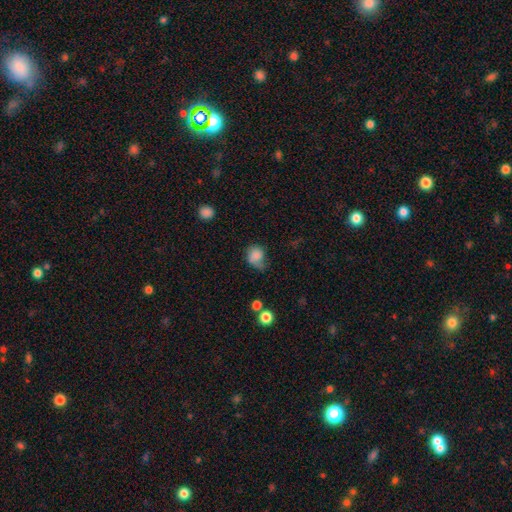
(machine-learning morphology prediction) Smooth or featured? smooth (76%)
How rounded? round (61%)
Merging? minor disturbance (36%)